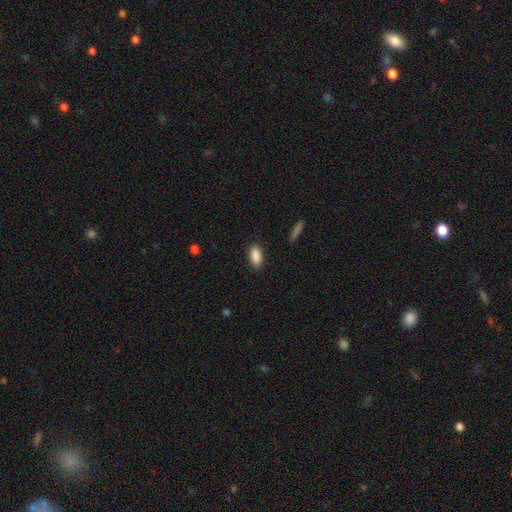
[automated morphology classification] Q: Smooth or featured?
A: smooth (89%); runner-up: star or artifact (7%)
Q: How rounded?
A: in between (88%); runner-up: cigar-shaped (10%)
Q: Merging?
A: none (88%); runner-up: minor disturbance (9%)